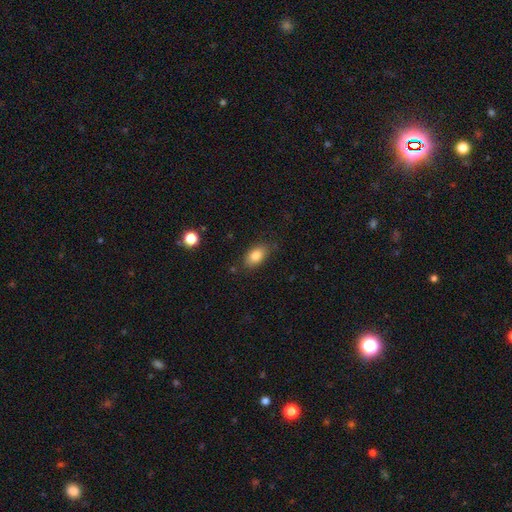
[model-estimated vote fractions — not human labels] This is clearly a smooth galaxy (83%). How rounded: clearly in between (88%). Merging: clearly none (81%).